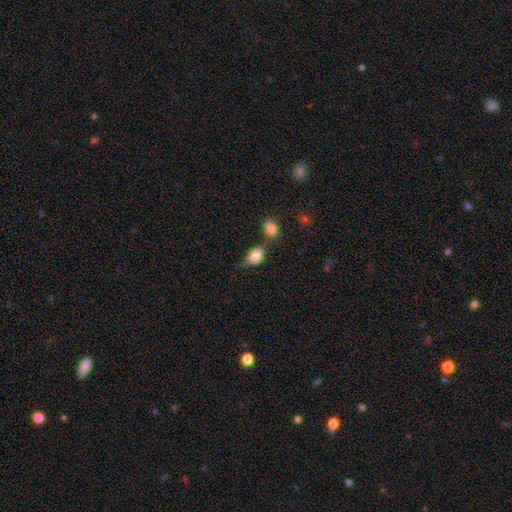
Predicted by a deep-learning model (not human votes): Q: Smooth or featured?
A: smooth (85%); runner-up: star or artifact (8%)
Q: How rounded?
A: in between (81%); runner-up: round (17%)
Q: Merging?
A: none (47%); runner-up: minor disturbance (25%)